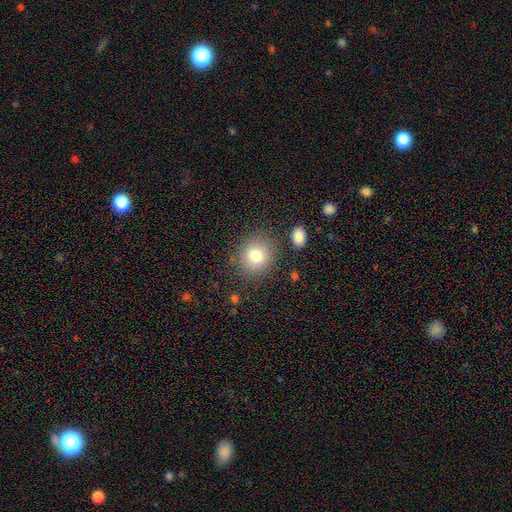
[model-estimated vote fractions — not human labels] A smooth galaxy with no disk features (78%) that is round (77%).

Vote fractions:
- Smooth or featured? smooth: 78% / star or artifact: 11% / featured or disk: 11%
- How rounded? round: 77% / in between: 22% / cigar-shaped: 1%
- Merging? none: 82% / minor disturbance: 10% / major disturbance: 4% / merger: 3%